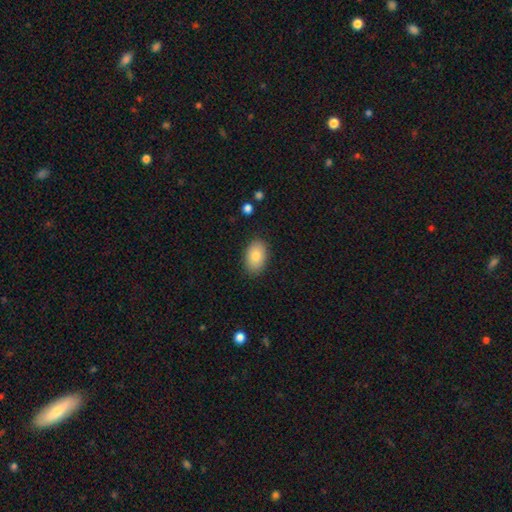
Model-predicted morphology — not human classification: Smooth or featured? smooth (84%)
How rounded? in between (90%)
Merging? none (87%)